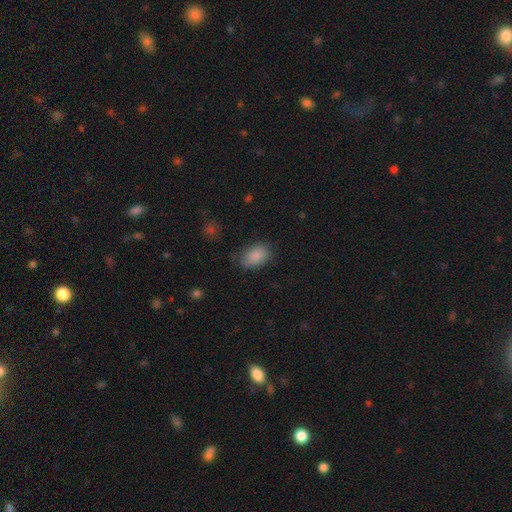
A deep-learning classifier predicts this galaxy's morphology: smooth 87%, star or artifact 8%, featured or disk 5%. Down the decision tree: how rounded — in between (89%); merging — none (72%).